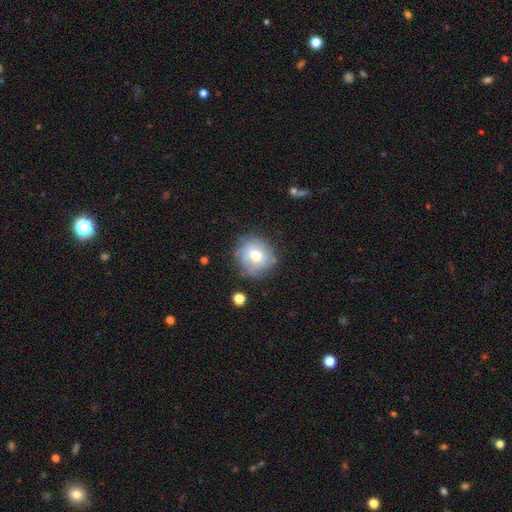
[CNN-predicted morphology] Q: Smooth or featured?
A: smooth (60%); runner-up: featured or disk (30%)
Q: How rounded?
A: round (86%); runner-up: in between (13%)
Q: Merging?
A: none (71%); runner-up: minor disturbance (19%)